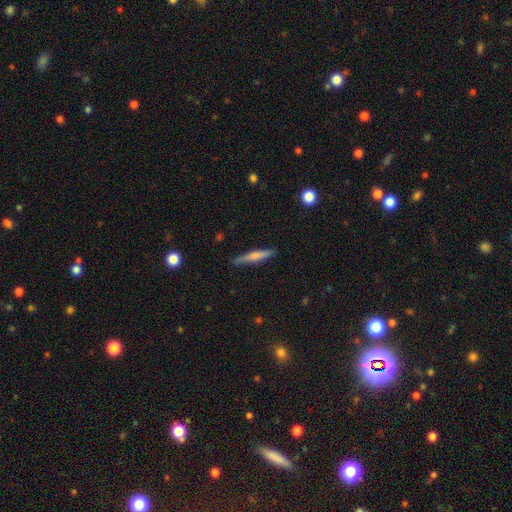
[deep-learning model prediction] Smooth or featured?
  - smooth: 57% *
  - featured or disk: 37%
  - star or artifact: 6%
How rounded?
  - cigar-shaped: 92% *
  - in between: 6%
  - round: 2%
Merging?
  - none: 86% *
  - minor disturbance: 11%
  - major disturbance: 2%
  - merger: 1%